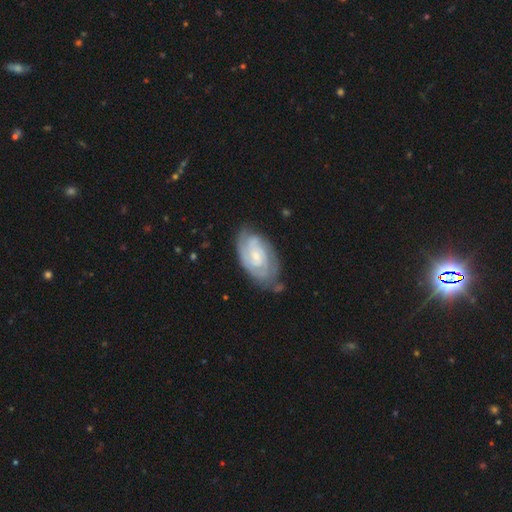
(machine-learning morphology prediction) smooth_or_featured: featured or disk (p=0.82) [alt: smooth p=0.13]
disk_edge_on: no (p=0.97) [alt: yes p=0.03]
bar: no (p=0.59) [alt: weak p=0.35]
has_spiral_arms: yes (p=0.95) [alt: no p=0.05]
spiral_winding: tight (p=0.68) [alt: medium p=0.27]
spiral_arm_count: 2 (p=0.48) [alt: can't tell p=0.25]
bulge_size: small (p=0.64) [alt: moderate p=0.29]
merging: none (p=0.67) [alt: minor disturbance p=0.23]